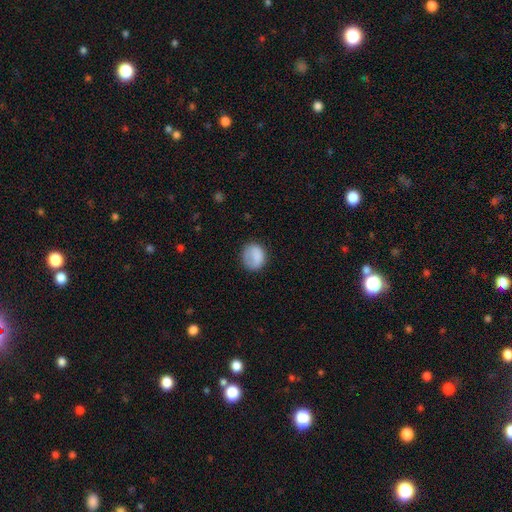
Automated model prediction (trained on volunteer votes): Smooth or featured: smooth — 83% (featured or disk — 9%)
How rounded: round — 65% (in between — 34%)
Merging: none — 68% (minor disturbance — 20%)